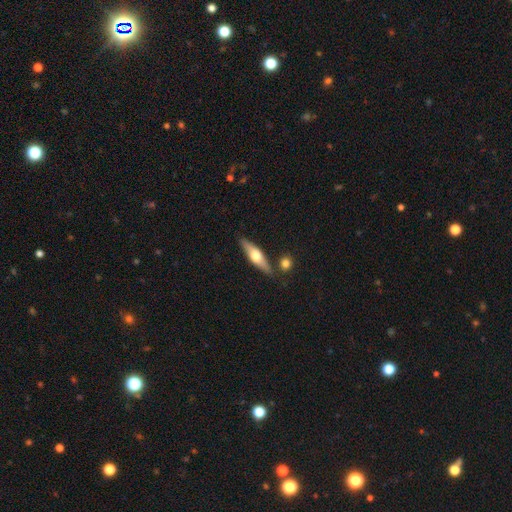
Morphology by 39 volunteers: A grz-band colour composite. It shows a smooth galaxy with no disk features (46%) that is cigar-shaped (61%). Merging: none (74%).